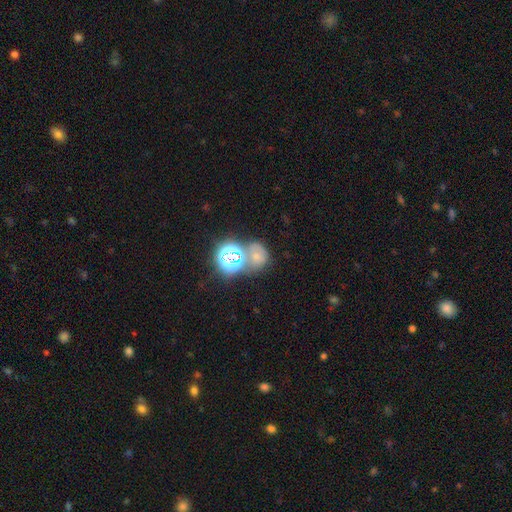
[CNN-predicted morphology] This is possibly a smooth galaxy (48%). Merging: marginally none (41%).